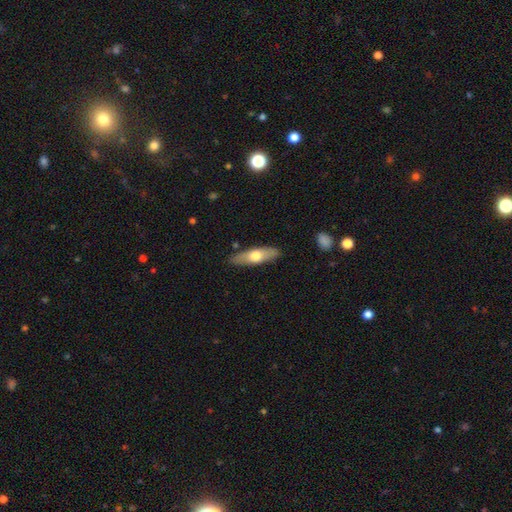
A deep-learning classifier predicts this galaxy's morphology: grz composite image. It shows a smooth galaxy with no disk features (56%) that is cigar-shaped (54%). Merging: none (85%).